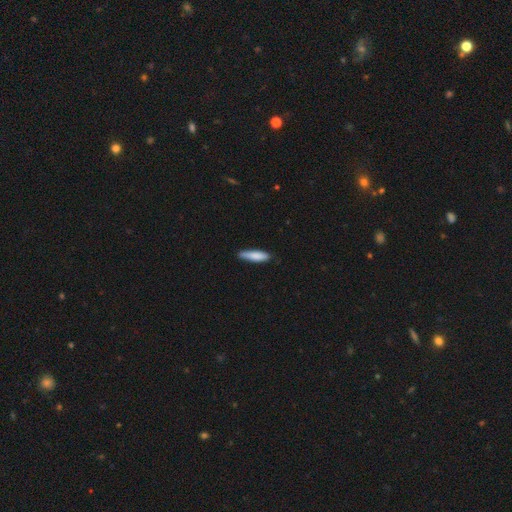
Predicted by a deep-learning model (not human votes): This appears to be a smooth galaxy with no disk features (83%) that is cigar-shaped (74%). Merging: none (78%).